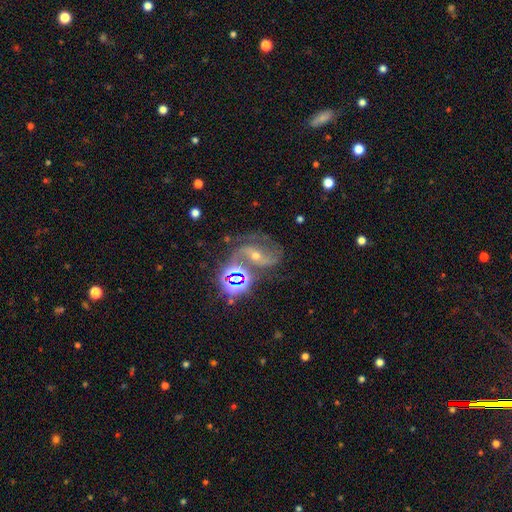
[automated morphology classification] The model was most divided on "bulge size": small: 48%, moderate: 47%, large: 2%, none: 2%, dominant: 1%. Remaining: edge-on disk — no (96%); spiral arms — yes (94%); spiral arm count — 2 (84%); smooth or featured — featured or disk (69%); merging — none (57%); spiral winding — medium (51%); bar — strong (36%).